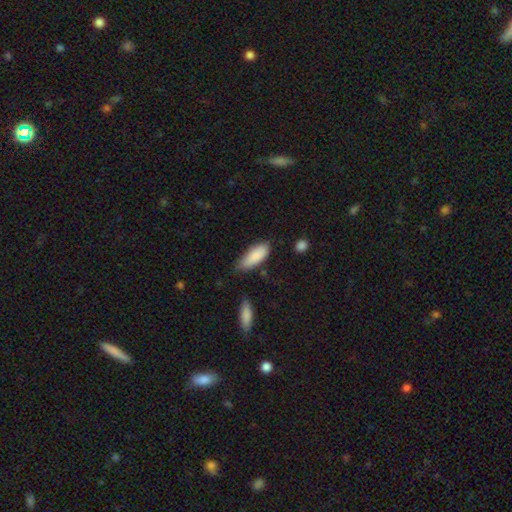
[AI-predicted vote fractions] smooth-or-featured: smooth: 87% | featured or disk: 7% | star or artifact: 6%
  how-rounded: in between: 74% | cigar-shaped: 25% | round: 2%
  merging: none: 62% | minor disturbance: 29% | major disturbance: 6% | merger: 4%